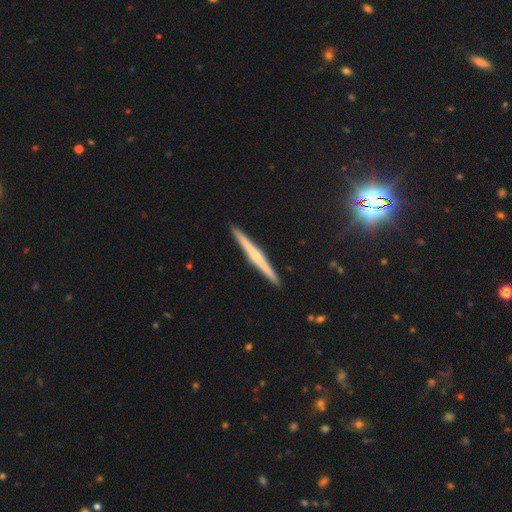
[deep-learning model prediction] smooth_or_featured: featured or disk (p=0.61) [alt: smooth p=0.32]
disk_edge_on: yes (p=0.98) [alt: no p=0.02]
edge_on_bulge: none (p=0.48) [alt: rounded p=0.43]
merging: none (p=0.93) [alt: minor disturbance p=0.05]